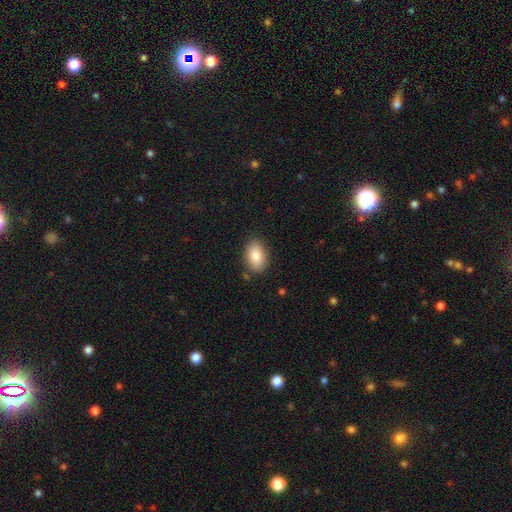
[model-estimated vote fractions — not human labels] A smooth galaxy with no disk features (83%) that is in between round and cigar-shaped (89%). Merging: none (85%).